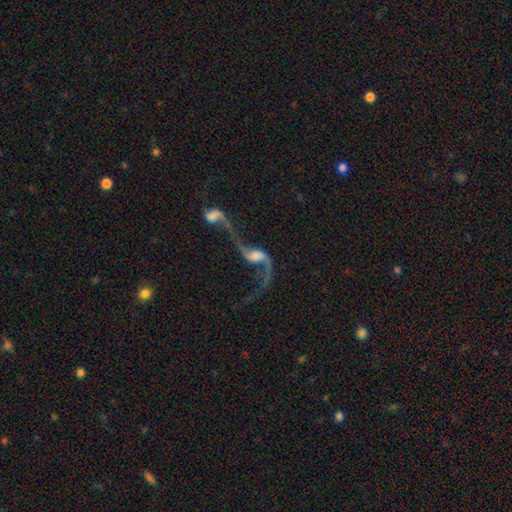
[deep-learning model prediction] Smooth or featured: featured or disk — 82% (smooth — 11%)
Edge-on disk: no — 94% (yes — 6%)
Bar: no — 48% (weak — 36%)
Spiral arms: yes — 90% (no — 10%)
Spiral winding: loose — 92% (medium — 6%)
Spiral arm count: 2 — 86% (1 — 9%)
Bulge size: none — 29% (tied with moderate — 29%)
Merging: merger — 72% (none — 12%)